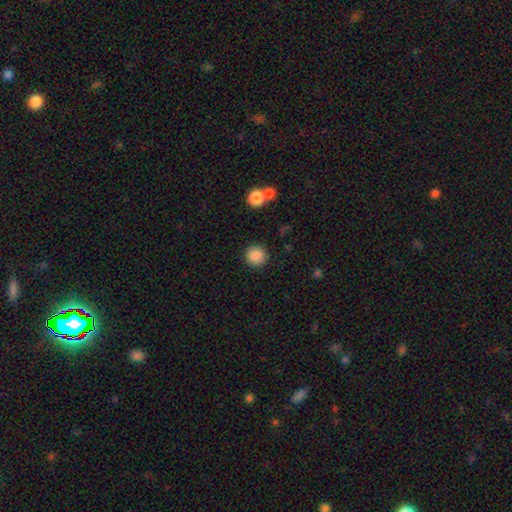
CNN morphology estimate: Smooth or featured? Predicted: smooth (p=0.87). How rounded? Predicted: round (p=0.94). Merging? Predicted: none (p=0.90).